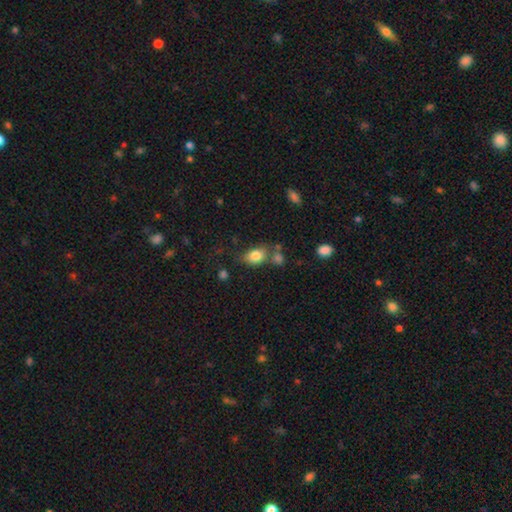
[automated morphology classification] A smooth galaxy with no disk features (82%) that is in between round and cigar-shaped (74%). Merging: none (57%).